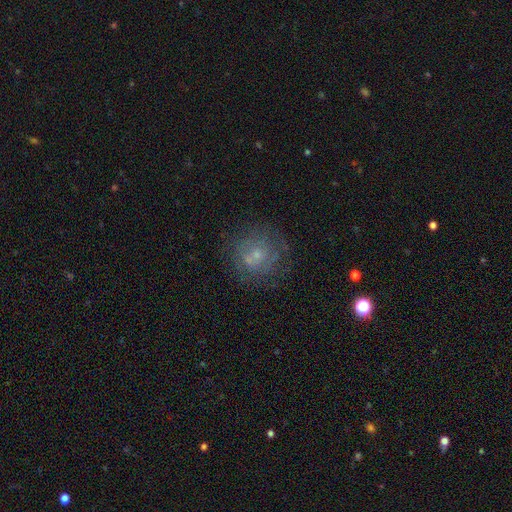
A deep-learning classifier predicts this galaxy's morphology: The model was most divided on "smooth or featured": featured or disk: 45%, smooth: 40%, star or artifact: 15%. More confident: merging — none (66%).